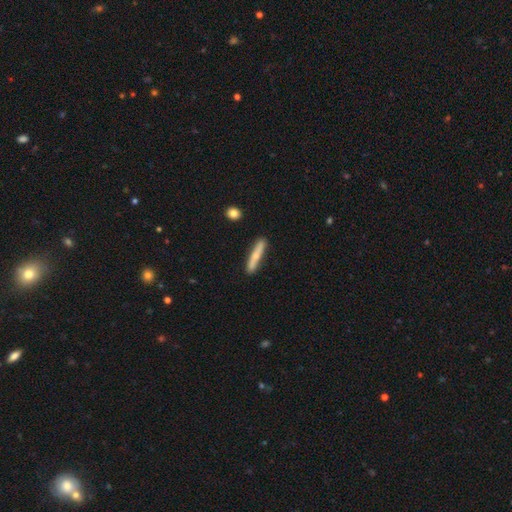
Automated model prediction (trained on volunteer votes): Smooth or featured?
  - smooth: 54% *
  - featured or disk: 40%
  - star or artifact: 6%
How rounded?
  - cigar-shaped: 91% *
  - in between: 7%
  - round: 2%
Merging?
  - none: 85% *
  - minor disturbance: 11%
  - merger: 2%
  - major disturbance: 2%